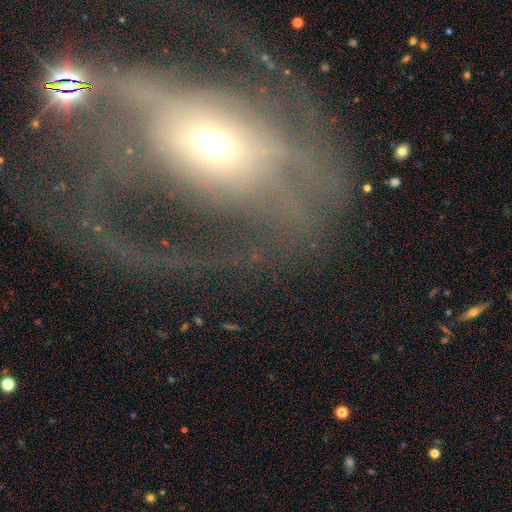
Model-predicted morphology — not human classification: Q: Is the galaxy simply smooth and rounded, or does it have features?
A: featured or disk — 72%.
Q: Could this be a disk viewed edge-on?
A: no — 94%.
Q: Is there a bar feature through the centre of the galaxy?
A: no — 52%.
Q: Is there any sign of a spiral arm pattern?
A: yes — 67%.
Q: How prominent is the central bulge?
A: moderate — 61%.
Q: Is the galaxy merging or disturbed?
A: major disturbance — 48%.